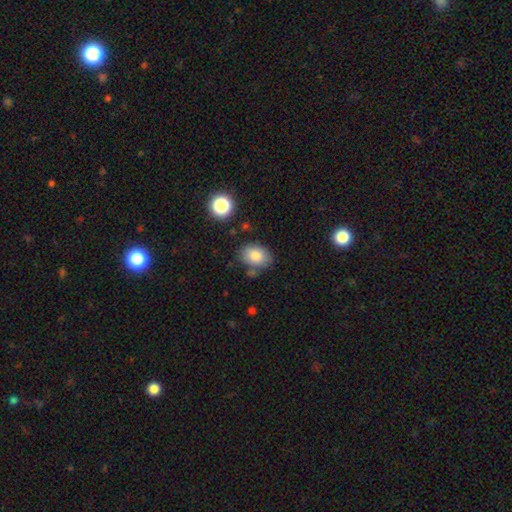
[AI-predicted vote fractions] Smooth or featured: smooth — 82% (star or artifact — 9%)
How rounded: in between — 75% (round — 24%)
Merging: none — 74% (minor disturbance — 16%)